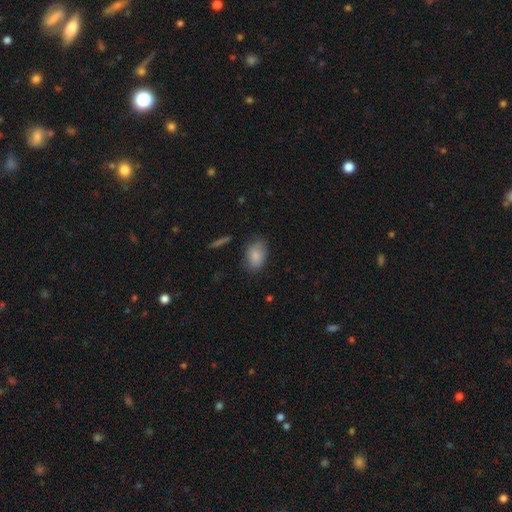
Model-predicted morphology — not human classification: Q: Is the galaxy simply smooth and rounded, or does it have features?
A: smooth — 84%.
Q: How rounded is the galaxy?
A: in between — 85%.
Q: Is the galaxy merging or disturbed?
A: none — 74%.